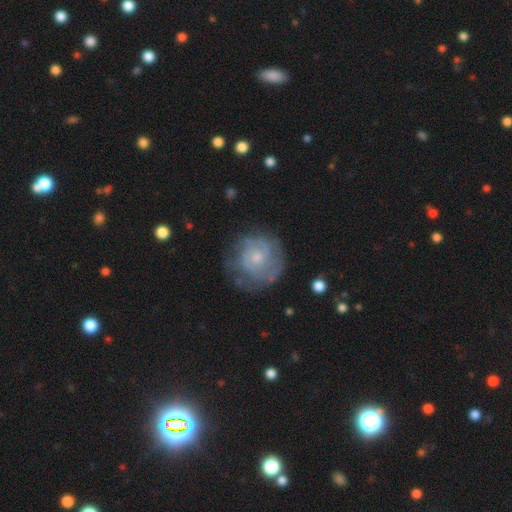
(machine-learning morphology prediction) smooth-or-featured: featured or disk: 72% | smooth: 21% | star or artifact: 7%
  disk-edge-on: no: 98% | yes: 2%
    bar: no: 75% | weak: 22% | strong: 3%
    has-spiral-arms: yes: 86% | no: 14%
      spiral-winding: tight: 61% | medium: 30% | loose: 10%
      spiral-arm-count: can't tell: 40% | 2: 30% | 3: 15% | 4: 6% | 1: 5% | more than 4: 4%
    bulge-size: small: 64% | moderate: 29% | none: 4% | large: 2% | dominant: 1%
  merging: none: 71% | minor disturbance: 19% | major disturbance: 9% | merger: 1%